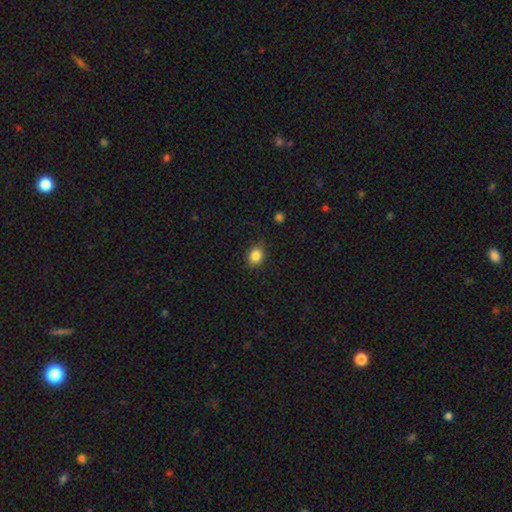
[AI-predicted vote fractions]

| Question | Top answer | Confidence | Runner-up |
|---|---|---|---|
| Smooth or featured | smooth | 85% | star or artifact (10%) |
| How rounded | round | 59% | in between (40%) |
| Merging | none | 81% | minor disturbance (15%) |